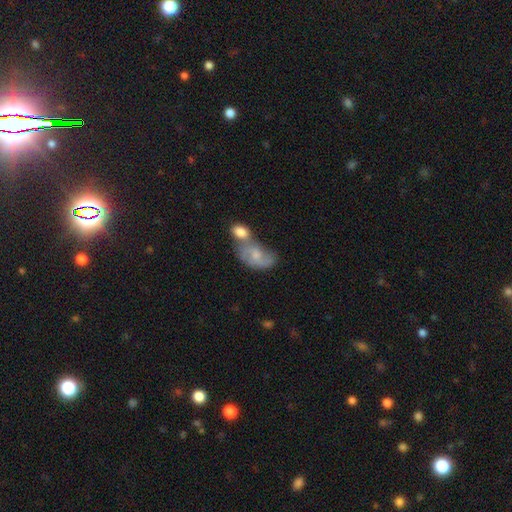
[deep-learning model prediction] This is possibly a featured or disk galaxy (48%). Merging: possibly merger (55%).